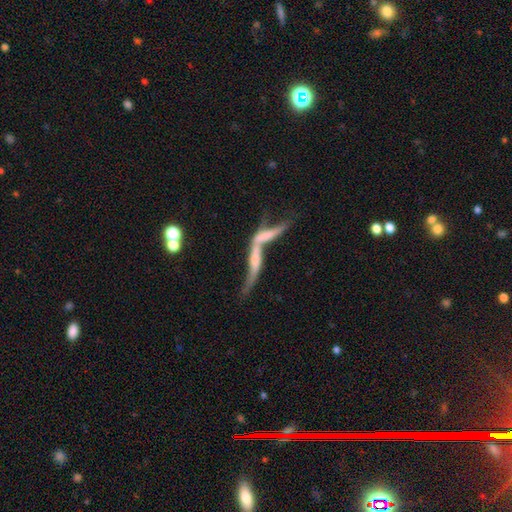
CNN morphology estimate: featured or disk 64%, smooth 24%, star or artifact 12%. Down the decision tree: edge-on disk — no (57%); merging — merger (64%).